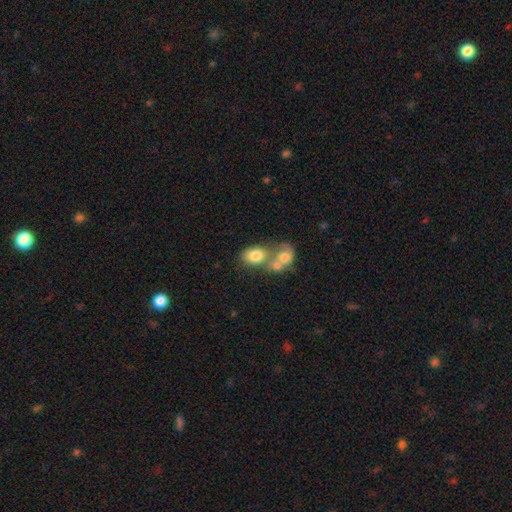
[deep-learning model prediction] Smooth or featured: smooth — 75% (featured or disk — 17%)
How rounded: in between — 73% (round — 26%)
Merging: merger — 62% (none — 24%)